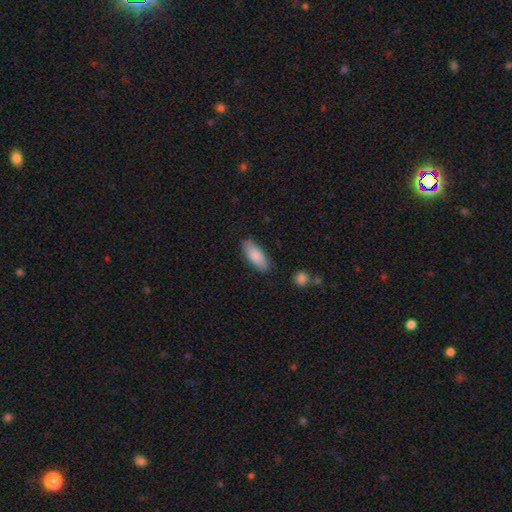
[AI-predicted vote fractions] Q: Smooth or featured?
A: smooth (85%); runner-up: featured or disk (10%)
Q: How rounded?
A: in between (77%); runner-up: cigar-shaped (21%)
Q: Merging?
A: none (84%); runner-up: minor disturbance (12%)